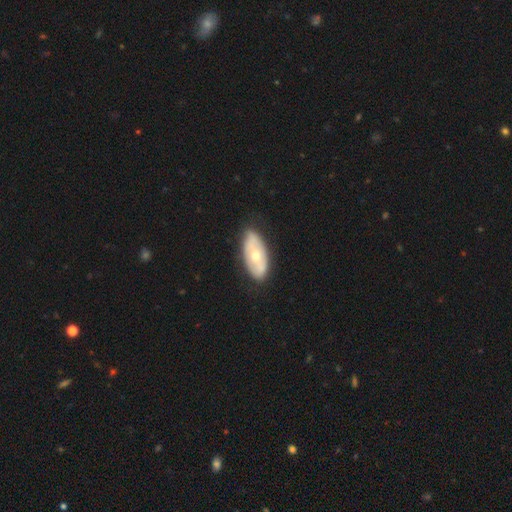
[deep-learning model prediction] smooth-or-featured: featured or disk: 50% | smooth: 45% | star or artifact: 5%
  disk-edge-on: no: 85% | yes: 15%
  merging: none: 79% | minor disturbance: 16% | major disturbance: 3% | merger: 1%